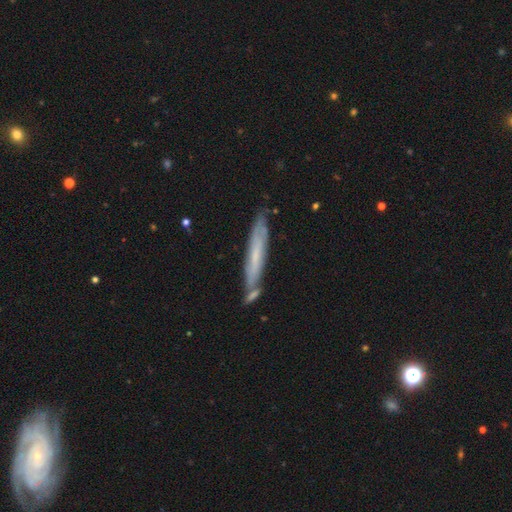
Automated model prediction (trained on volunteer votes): smooth-or-featured: featured or disk: 50% | smooth: 43% | star or artifact: 7%
  disk-edge-on: yes: 72% | no: 28%
  merging: none: 71% | minor disturbance: 16% | merger: 10% | major disturbance: 4%